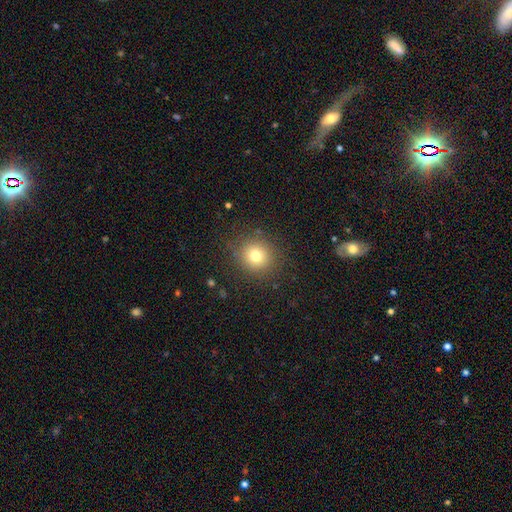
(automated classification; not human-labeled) Q: Smooth or featured?
A: smooth (76%); runner-up: star or artifact (14%)
Q: How rounded?
A: round (87%); runner-up: in between (12%)
Q: Merging?
A: none (86%); runner-up: minor disturbance (9%)